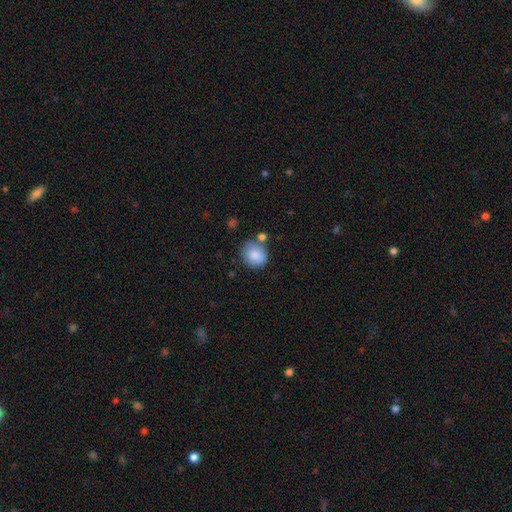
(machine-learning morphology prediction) Smooth or featured: smooth — 85% (star or artifact — 8%)
How rounded: round — 75% (in between — 24%)
Merging: none — 66% (minor disturbance — 19%)